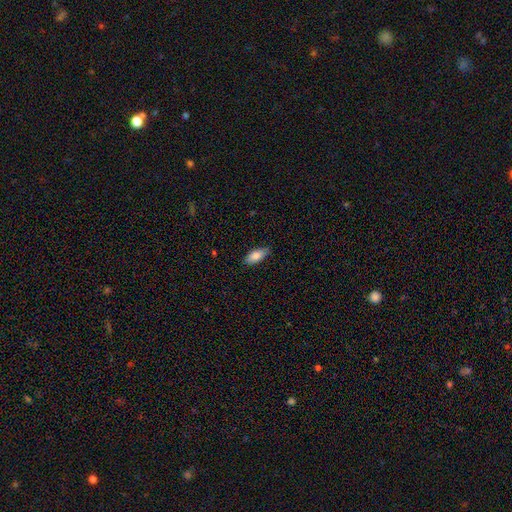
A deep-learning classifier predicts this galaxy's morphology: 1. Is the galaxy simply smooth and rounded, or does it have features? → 83% smooth, 11% featured or disk, 6% star or artifact.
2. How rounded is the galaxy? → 85% in between, 12% cigar-shaped, 2% round.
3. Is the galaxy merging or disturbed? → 83% none, 14% minor disturbance, 2% major disturbance, 1% merger.